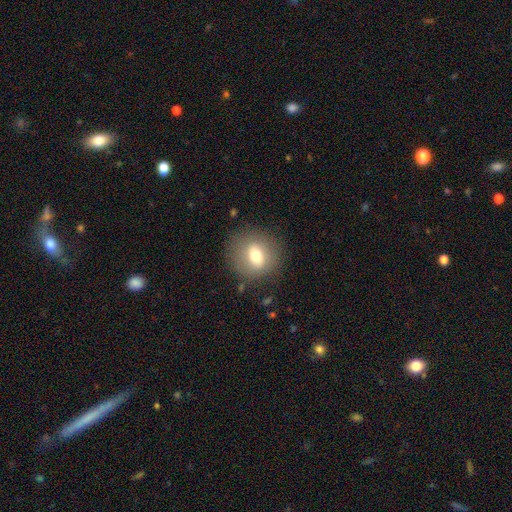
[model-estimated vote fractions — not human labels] This appears to be a smooth galaxy with no disk features (67%) that is round (76%). Merging: none (81%).